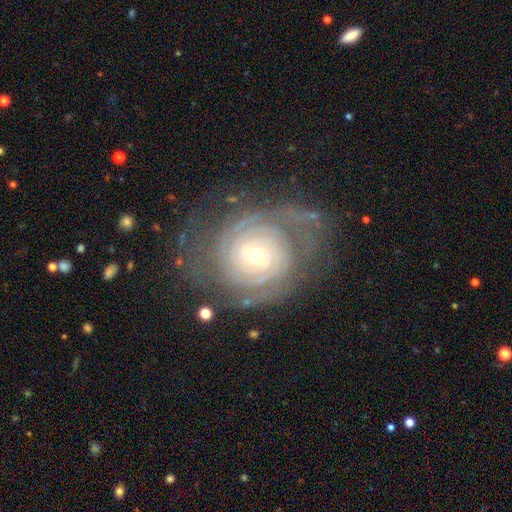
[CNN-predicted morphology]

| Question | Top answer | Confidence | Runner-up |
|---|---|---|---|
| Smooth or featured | featured or disk | 88% | smooth (6%) |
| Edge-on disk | no | 97% | yes (3%) |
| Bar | no | 76% | weak (17%) |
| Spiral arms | yes | 96% | no (4%) |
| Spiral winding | tight | 80% | medium (16%) |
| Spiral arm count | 2 | 29% | can't tell (28%) |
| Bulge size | small | 66% | moderate (30%) |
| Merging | none | 70% | minor disturbance (17%) |